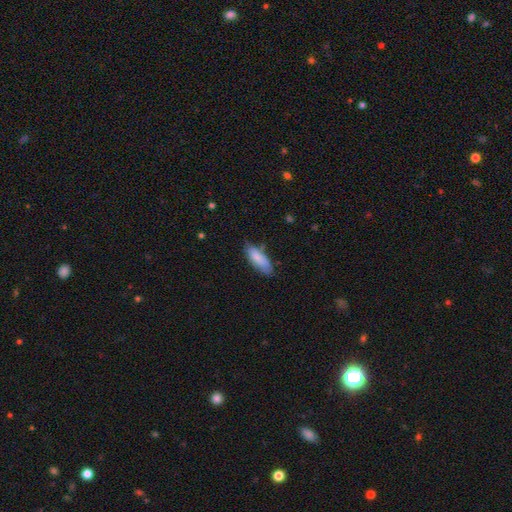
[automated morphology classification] Smooth or featured? Predicted: smooth (p=0.83). How rounded? Predicted: in between (p=0.60). Merging? Predicted: none (p=0.70).